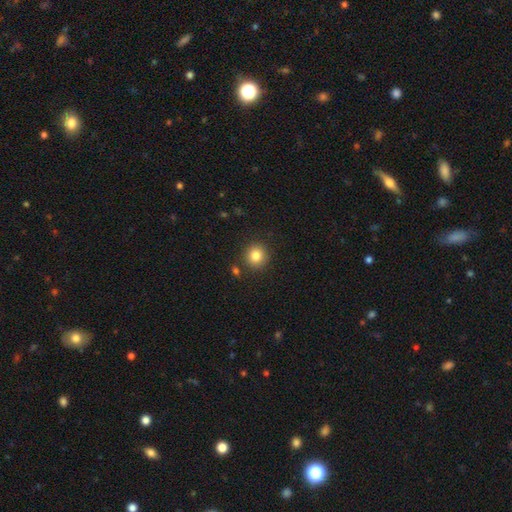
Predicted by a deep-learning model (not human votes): Smooth or featured? Predicted: smooth (p=0.83). How rounded? Predicted: round (p=0.91). Merging? Predicted: none (p=0.87).